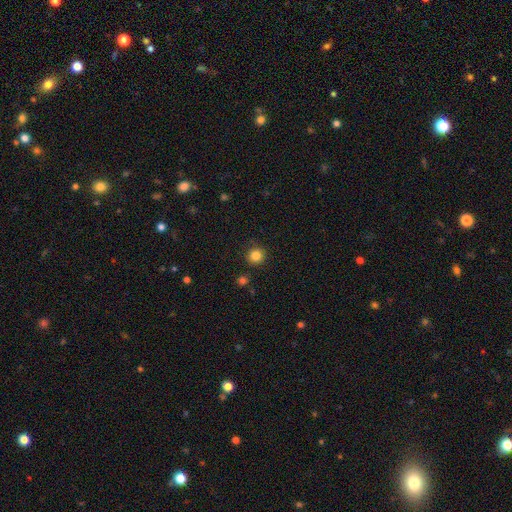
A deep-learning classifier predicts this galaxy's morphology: A smooth galaxy with no disk features (84%) that is round (94%). Merging: none (89%).